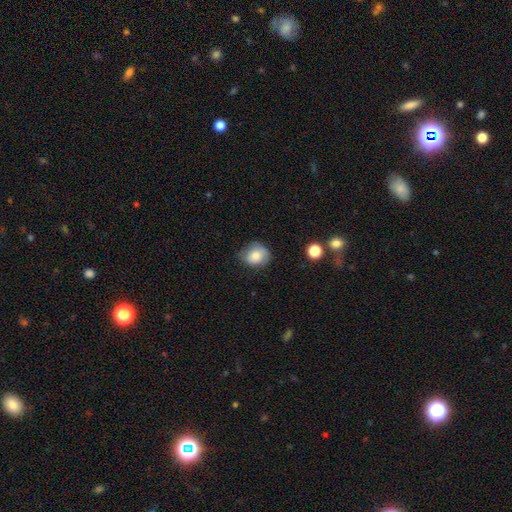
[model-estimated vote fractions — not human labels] This is likely a smooth galaxy (79%). How rounded: likely round (71%). Merging: likely none (61%).